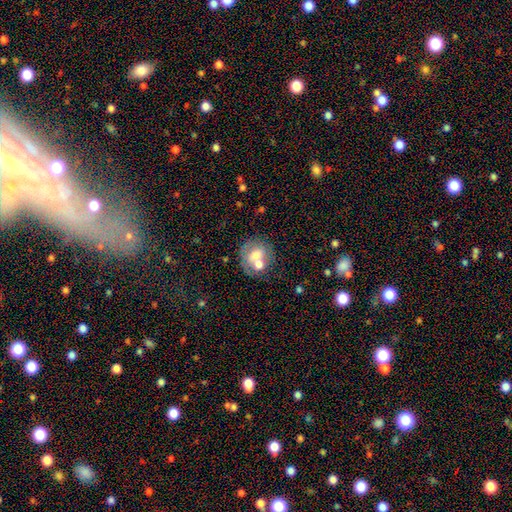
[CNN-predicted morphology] smooth_or_featured: smooth (p=0.59) [alt: featured or disk p=0.32]
how_rounded: round (p=0.72) [alt: in between p=0.27]
merging: none (p=0.42) [alt: merger p=0.38]